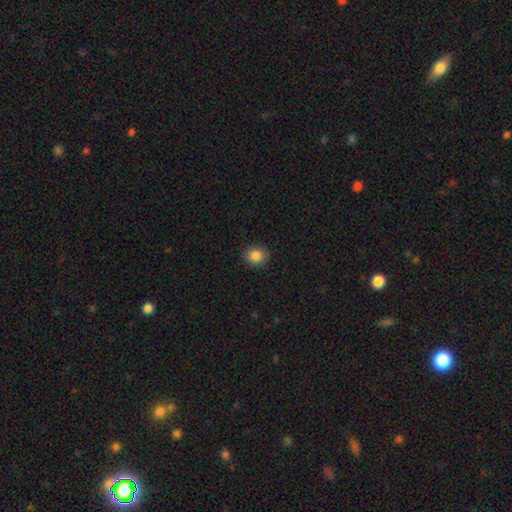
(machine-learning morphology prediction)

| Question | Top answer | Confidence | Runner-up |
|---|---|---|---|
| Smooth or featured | smooth | 85% | star or artifact (9%) |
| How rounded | round | 73% | in between (26%) |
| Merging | none | 88% | minor disturbance (9%) |